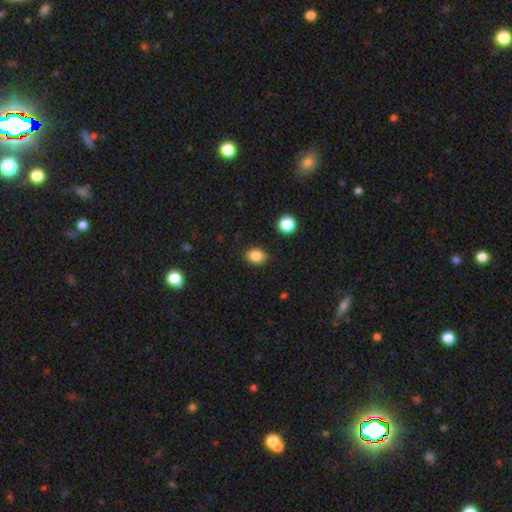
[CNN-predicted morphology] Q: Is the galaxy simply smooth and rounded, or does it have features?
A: smooth — 85%.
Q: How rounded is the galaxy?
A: in between — 60%.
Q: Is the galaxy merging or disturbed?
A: none — 87%.